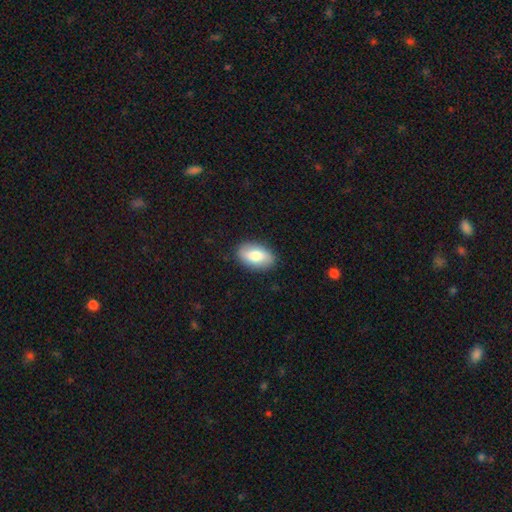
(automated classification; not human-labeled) smooth_or_featured: smooth (p=0.74) [alt: featured or disk p=0.20]
how_rounded: in between (p=0.92) [alt: round p=0.05]
merging: none (p=0.87) [alt: minor disturbance p=0.09]